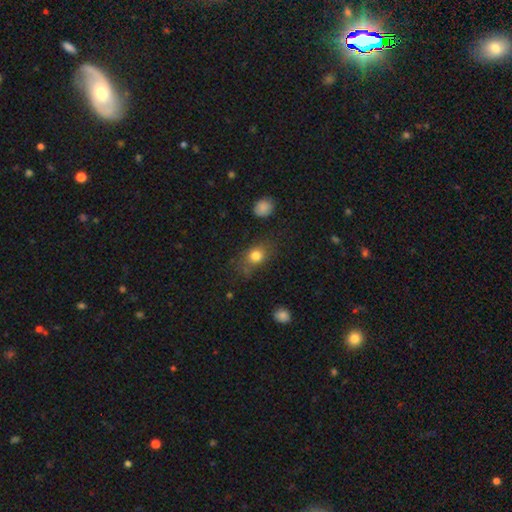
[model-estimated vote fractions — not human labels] This appears to be a smooth galaxy with no disk features (79%) that is round (49%, tied with in between). Merging: none (63%).